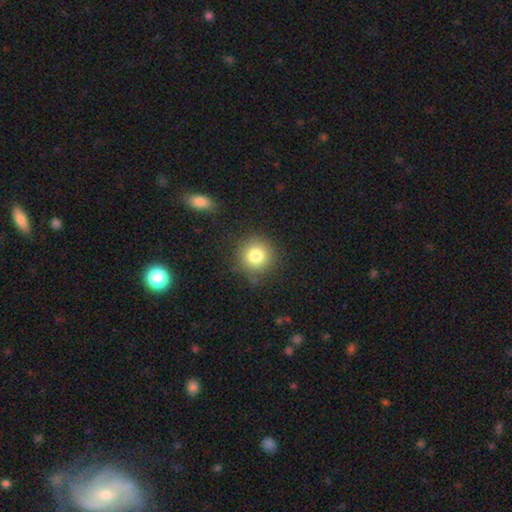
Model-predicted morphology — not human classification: Smooth or featured? smooth (79%)
How rounded? round (93%)
Merging? none (86%)